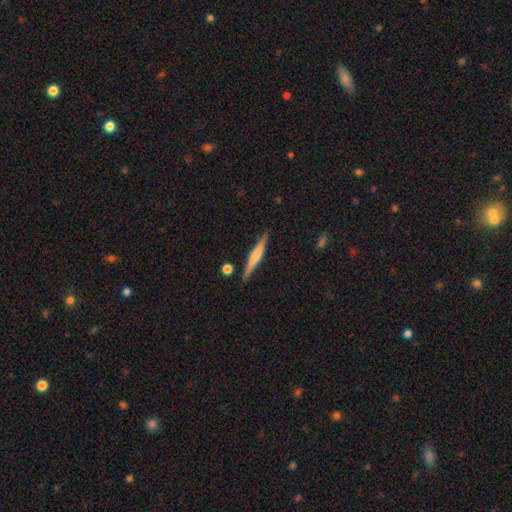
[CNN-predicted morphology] The model was most divided on "edge-on bulge": rounded: 47%, boxy: 31%, none: 22%. More confident: edge-on disk — yes (97%); merging — none (87%); smooth or featured — featured or disk (56%).